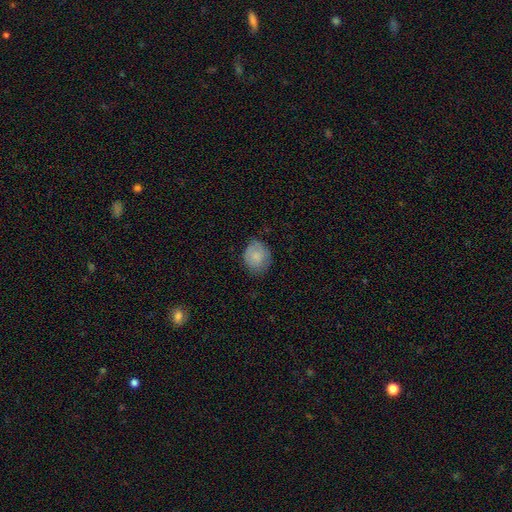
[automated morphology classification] This is likely a smooth galaxy (78%). How rounded: possibly round (58%). Merging: likely none (69%).